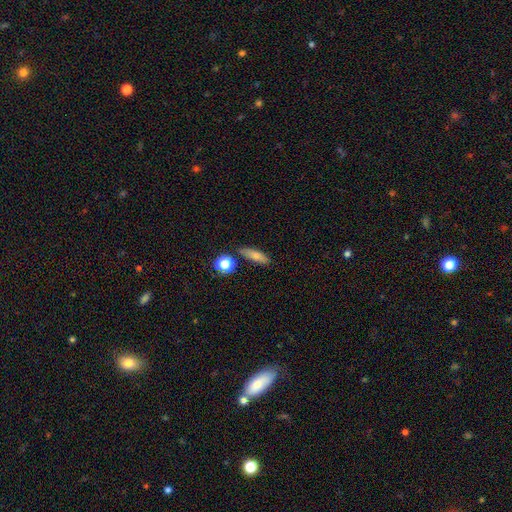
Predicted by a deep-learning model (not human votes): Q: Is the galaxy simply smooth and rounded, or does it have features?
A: smooth — 76%.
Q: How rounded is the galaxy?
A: cigar-shaped — 50%.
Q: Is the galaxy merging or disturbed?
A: none — 78%.